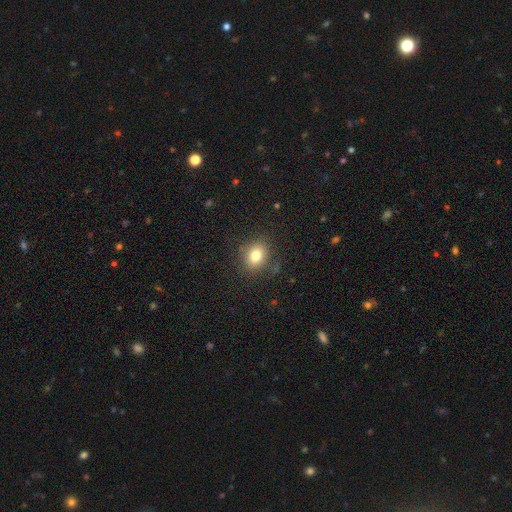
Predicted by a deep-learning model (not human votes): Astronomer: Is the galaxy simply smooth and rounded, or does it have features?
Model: smooth — 79%.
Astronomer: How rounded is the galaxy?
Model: round — 52% (runner-up: in between, 47%).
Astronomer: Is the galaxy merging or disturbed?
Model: none — 83%.